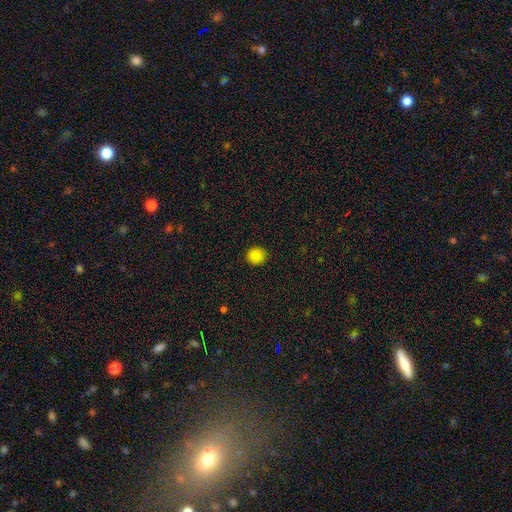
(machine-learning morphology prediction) smooth 87%, star or artifact 10%, featured or disk 3%. Down the decision tree: how rounded — round (91%); merging — none (92%).